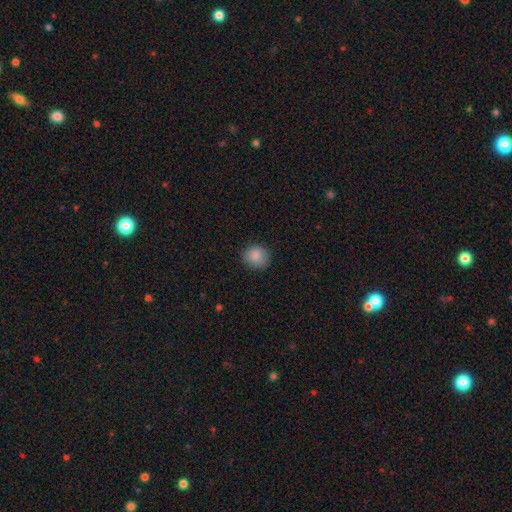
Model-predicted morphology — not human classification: Smooth or featured? smooth (87%)
How rounded? round (84%)
Merging? none (85%)